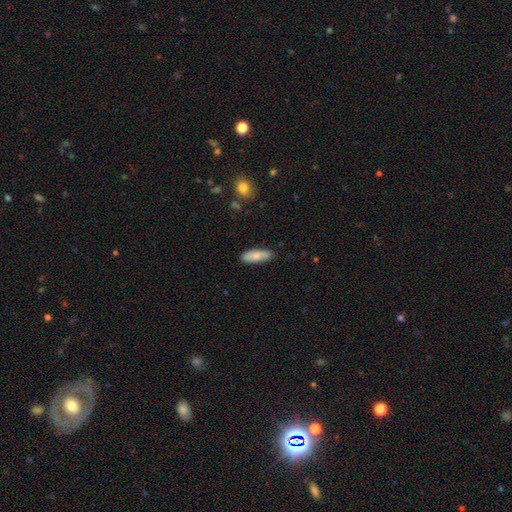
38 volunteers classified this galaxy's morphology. smooth_or_featured: smooth (p=0.79) [alt: featured or disk p=0.16]
how_rounded: in between (p=0.63) [alt: cigar-shaped p=0.37]
merging: none (p=0.86) [alt: minor disturbance p=0.11]